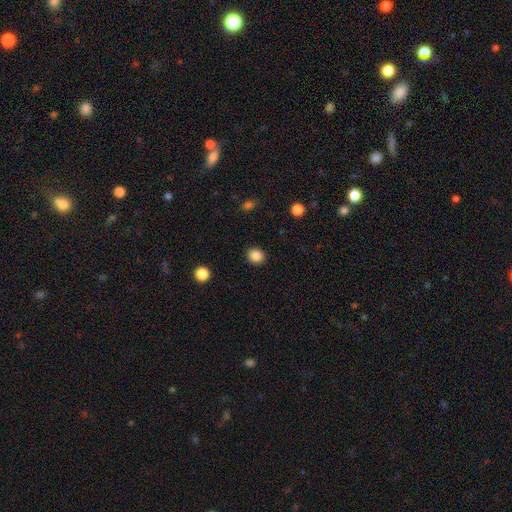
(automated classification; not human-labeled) Smooth or featured: smooth — 86% (star or artifact — 10%)
How rounded: round — 69% (in between — 30%)
Merging: none — 91% (minor disturbance — 6%)